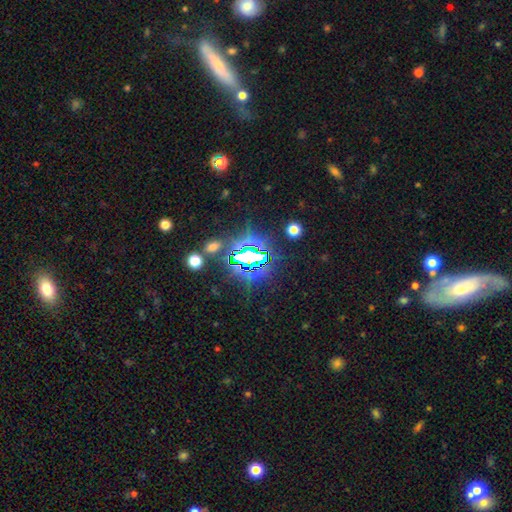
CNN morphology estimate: Overall: star or artifact (75%).